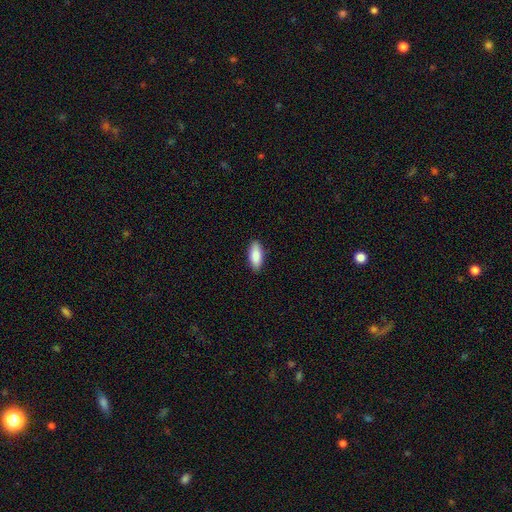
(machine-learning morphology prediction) smooth_or_featured: smooth (p=0.88) [alt: featured or disk p=0.06]
how_rounded: in between (p=0.82) [alt: cigar-shaped p=0.16]
merging: none (p=0.89) [alt: minor disturbance p=0.08]